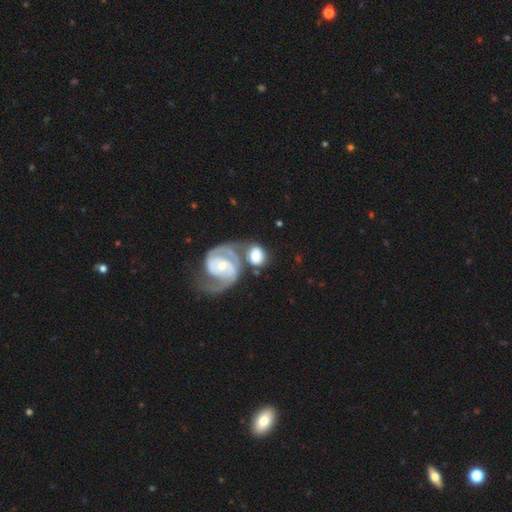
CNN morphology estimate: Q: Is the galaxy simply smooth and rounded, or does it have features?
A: smooth — 49%.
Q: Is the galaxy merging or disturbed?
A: merger — 40%.